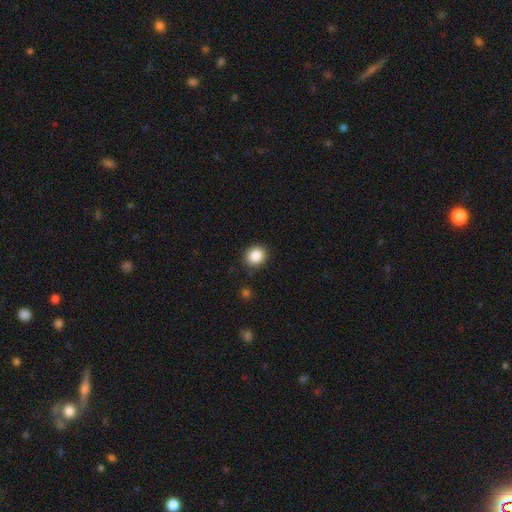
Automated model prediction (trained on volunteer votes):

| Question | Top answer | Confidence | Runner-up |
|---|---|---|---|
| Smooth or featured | smooth | 87% | star or artifact (9%) |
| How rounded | round | 73% | in between (26%) |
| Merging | none | 88% | minor disturbance (8%) |